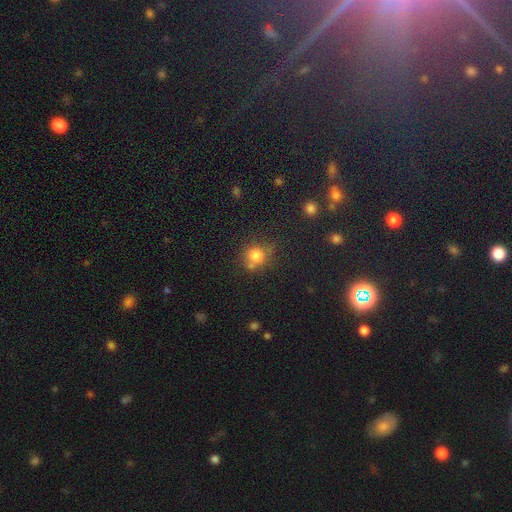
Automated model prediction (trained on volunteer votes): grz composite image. It shows a smooth galaxy with no disk features (77%) that is round (87%). Merging: none (58%).